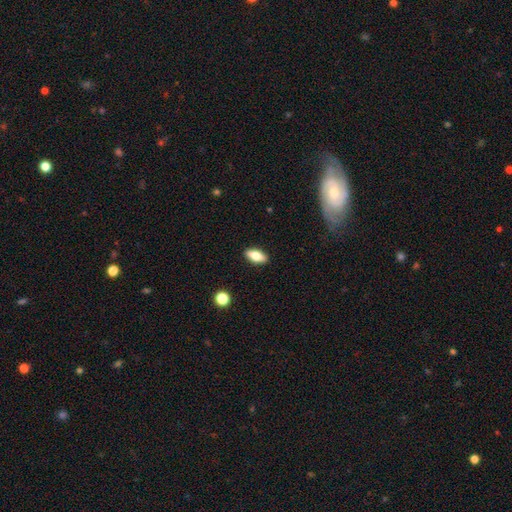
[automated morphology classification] Overall: smooth (68%). How rounded: in between (82%). Merging: none (89%).